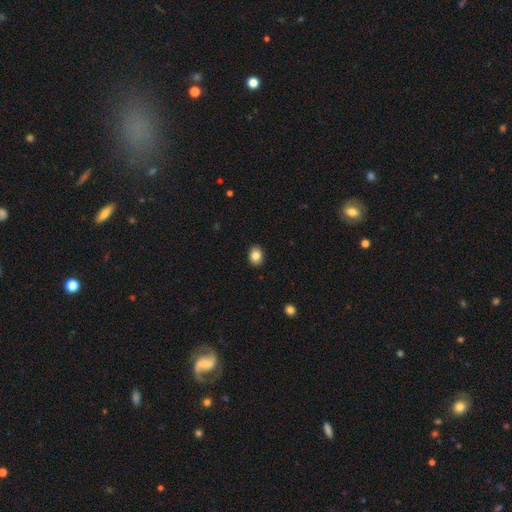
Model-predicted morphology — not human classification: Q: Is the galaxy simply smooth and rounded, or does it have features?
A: smooth — 86%.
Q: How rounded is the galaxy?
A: in between — 58%.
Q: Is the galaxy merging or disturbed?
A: none — 91%.